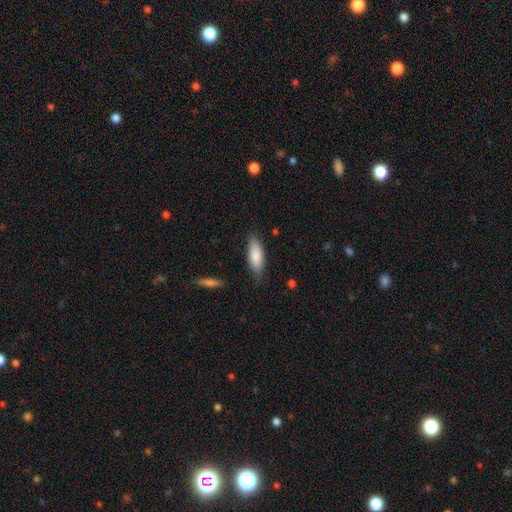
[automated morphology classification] A smooth galaxy with no disk features (82%) that is in between round and cigar-shaped (71%).

Vote fractions:
- Smooth or featured? smooth: 82% / featured or disk: 12% / star or artifact: 6%
- How rounded? in between: 71% / cigar-shaped: 27% / round: 2%
- Merging? none: 76% / minor disturbance: 19% / major disturbance: 3% / merger: 2%